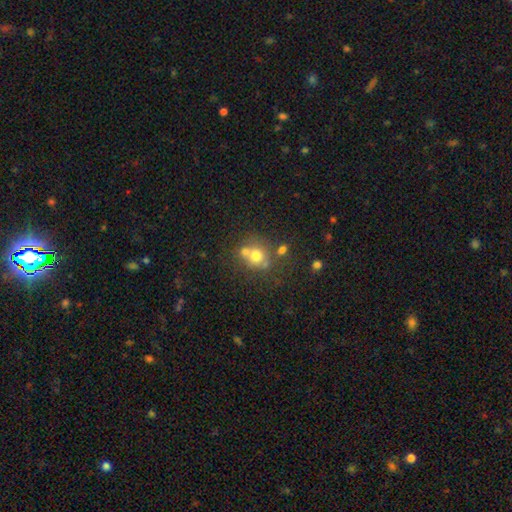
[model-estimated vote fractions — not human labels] This appears to be a smooth galaxy with no disk features (68%) that is round (81%). Merging: none (50%).